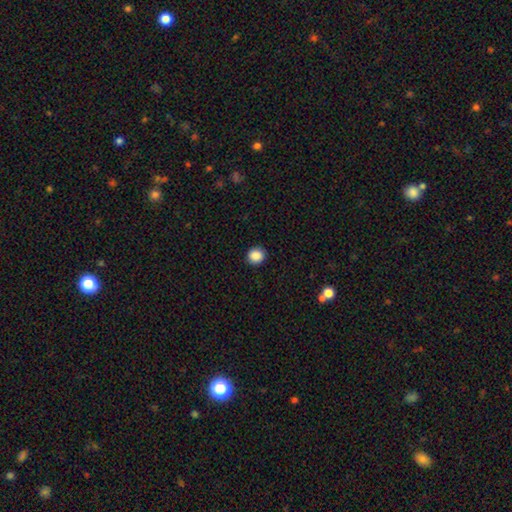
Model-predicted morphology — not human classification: smooth-or-featured: smooth: 88% | star or artifact: 9% | featured or disk: 3%
  how-rounded: round: 83% | in between: 16% | cigar-shaped: 1%
  merging: none: 90% | minor disturbance: 7% | major disturbance: 2% | merger: 1%